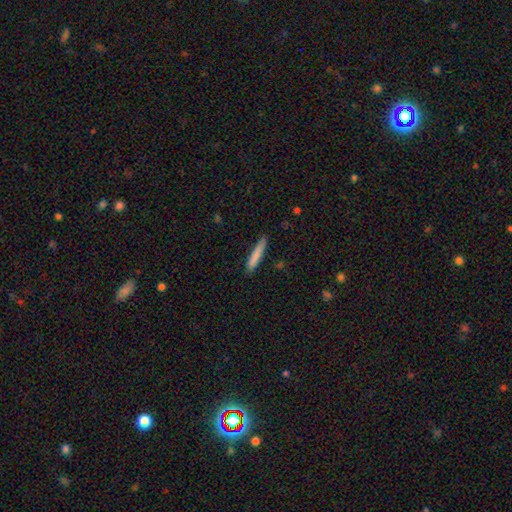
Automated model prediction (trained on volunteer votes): Morphology: type=smooth (80%); roundness=cigar-shaped (94%); merging=none (85%).